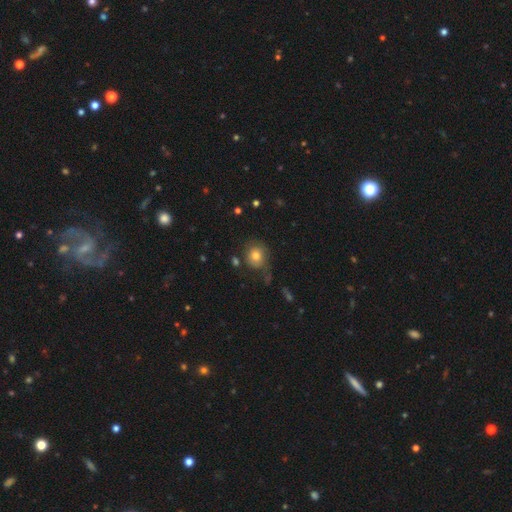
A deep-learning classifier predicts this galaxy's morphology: The model was most divided on "merging": none: 64%, minor disturbance: 20%, major disturbance: 11%, merger: 5%. More confident: how rounded — round (80%); smooth or featured — smooth (76%).